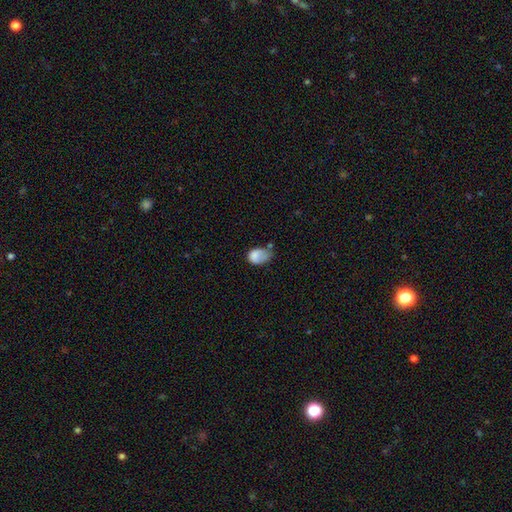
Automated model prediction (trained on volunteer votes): Q: Smooth or featured?
A: smooth (76%); runner-up: featured or disk (15%)
Q: How rounded?
A: in between (78%); runner-up: round (21%)
Q: Merging?
A: minor disturbance (35%); runner-up: major disturbance (27%)